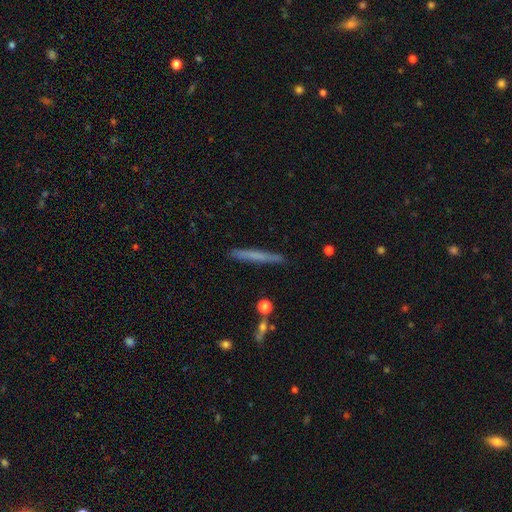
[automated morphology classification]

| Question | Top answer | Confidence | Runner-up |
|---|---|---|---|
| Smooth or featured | smooth | 57% | featured or disk (36%) |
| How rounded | cigar-shaped | 96% | in between (2%) |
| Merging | none | 90% | minor disturbance (7%) |